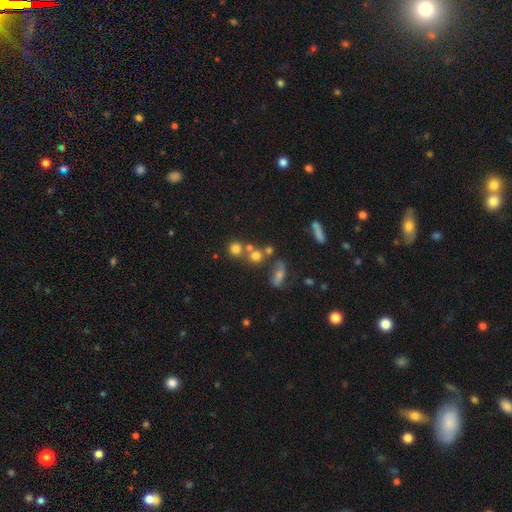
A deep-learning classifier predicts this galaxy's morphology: Smooth or featured: smooth — 69% (star or artifact — 17%)
How rounded: round — 81% (in between — 16%)
Merging: none — 50% (merger — 35%)